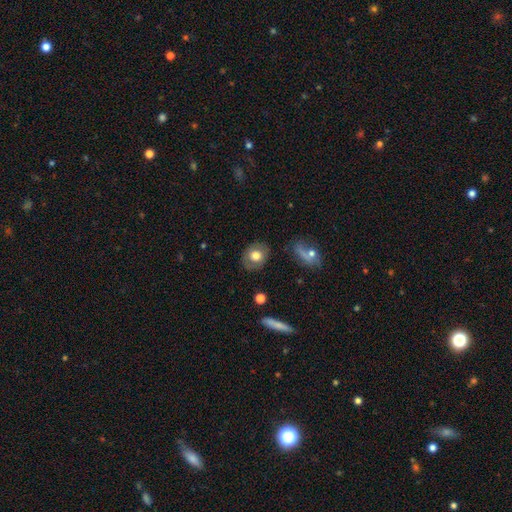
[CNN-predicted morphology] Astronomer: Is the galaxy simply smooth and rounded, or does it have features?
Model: smooth — 66%.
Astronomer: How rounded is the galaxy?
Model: round — 58% (runner-up: in between, 41%).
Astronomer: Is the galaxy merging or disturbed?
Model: none — 80%.